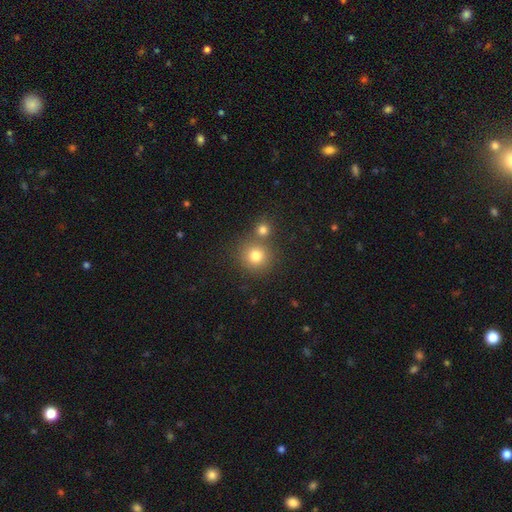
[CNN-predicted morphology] Smooth or featured: smooth — 79% (star or artifact — 13%)
How rounded: round — 91% (in between — 8%)
Merging: none — 65% (merger — 25%)